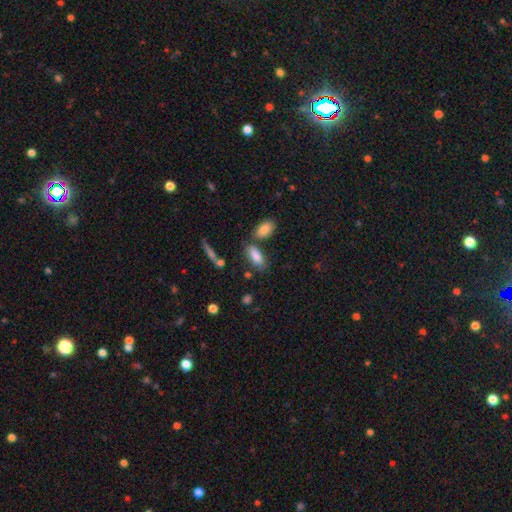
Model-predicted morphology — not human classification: Q: Smooth or featured?
A: smooth (83%); runner-up: featured or disk (9%)
Q: How rounded?
A: in between (80%); runner-up: cigar-shaped (18%)
Q: Merging?
A: none (66%); runner-up: minor disturbance (15%)